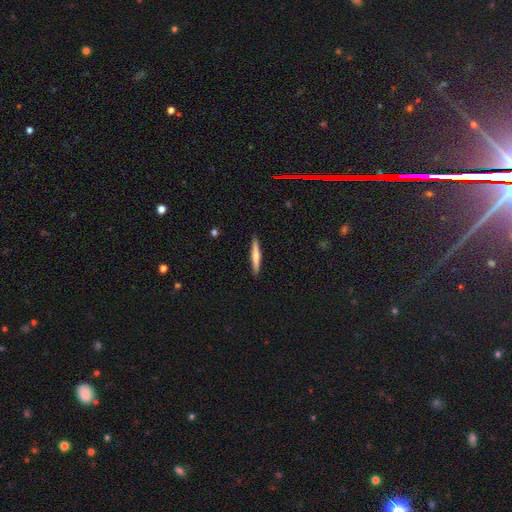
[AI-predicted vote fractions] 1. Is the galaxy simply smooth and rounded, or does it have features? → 61% smooth, 33% featured or disk, 6% star or artifact.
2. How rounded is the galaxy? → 94% cigar-shaped, 5% in between, 1% round.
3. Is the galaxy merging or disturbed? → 91% none, 7% minor disturbance, 1% major disturbance, 1% merger.